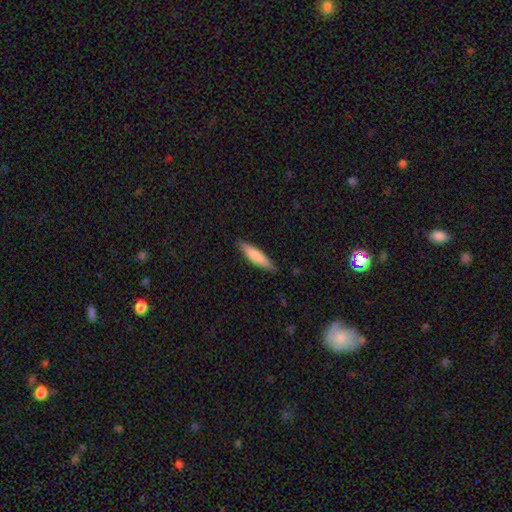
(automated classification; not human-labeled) Morphology: type=smooth (75%); roundness=cigar-shaped (78%); merging=none (86%).